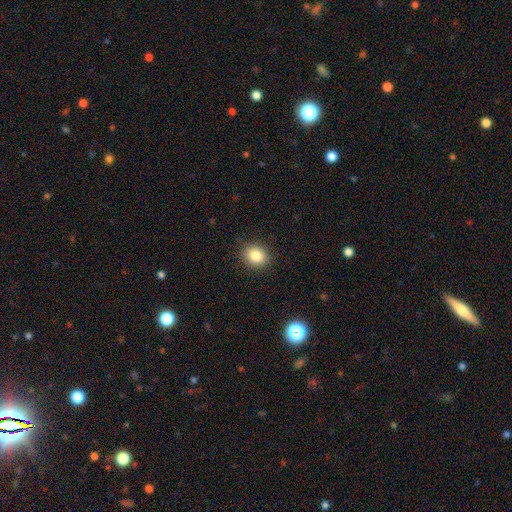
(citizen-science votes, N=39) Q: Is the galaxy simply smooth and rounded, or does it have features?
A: smooth — 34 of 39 (87%).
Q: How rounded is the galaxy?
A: round — 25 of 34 (74%).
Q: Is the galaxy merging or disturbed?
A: none — 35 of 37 (95%).